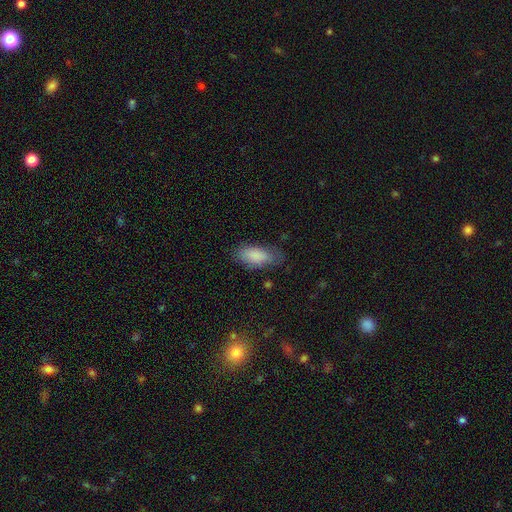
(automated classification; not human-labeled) Morphology: type=smooth (86%); roundness=in between (88%); merging=none (65%).